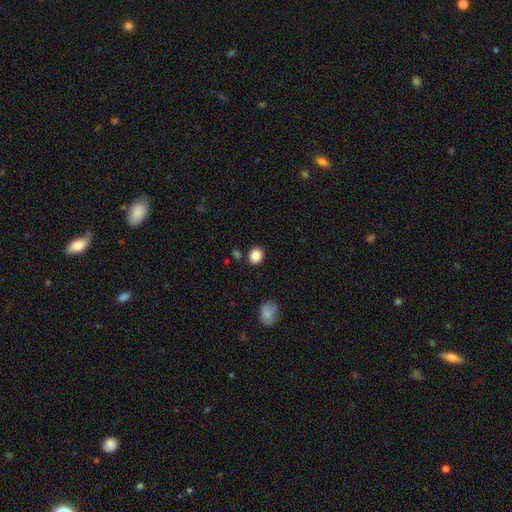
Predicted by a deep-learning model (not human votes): smooth-or-featured: smooth: 86% | star or artifact: 10% | featured or disk: 4%
  how-rounded: round: 70% | in between: 29% | cigar-shaped: 1%
  merging: none: 85% | minor disturbance: 9% | merger: 4% | major disturbance: 2%